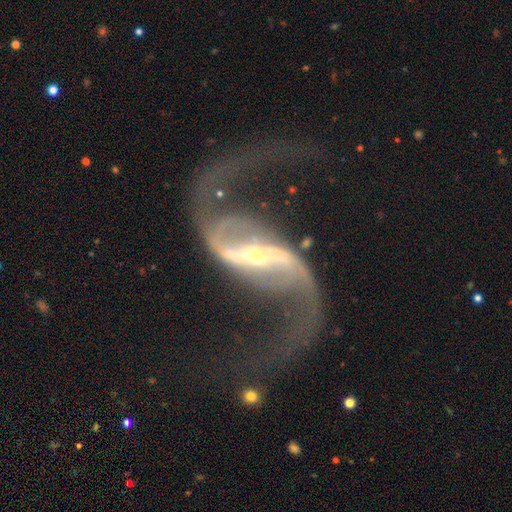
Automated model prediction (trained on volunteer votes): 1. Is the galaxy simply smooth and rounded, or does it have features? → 92% featured or disk, 4% star or artifact, 3% smooth.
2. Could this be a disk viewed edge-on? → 96% no, 4% yes.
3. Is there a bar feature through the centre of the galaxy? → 73% strong, 20% weak, 8% no.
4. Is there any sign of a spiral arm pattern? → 96% yes, 4% no.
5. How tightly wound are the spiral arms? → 83% loose, 12% medium, 4% tight.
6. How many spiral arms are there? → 94% 2, 2% 1, 1% can't tell, 1% 3, 1% 4, 1% more than 4.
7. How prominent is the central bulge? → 71% small, 22% moderate, 3% none, 3% large, 1% dominant.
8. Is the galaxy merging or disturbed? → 58% none, 23% major disturbance, 12% minor disturbance, 7% merger.